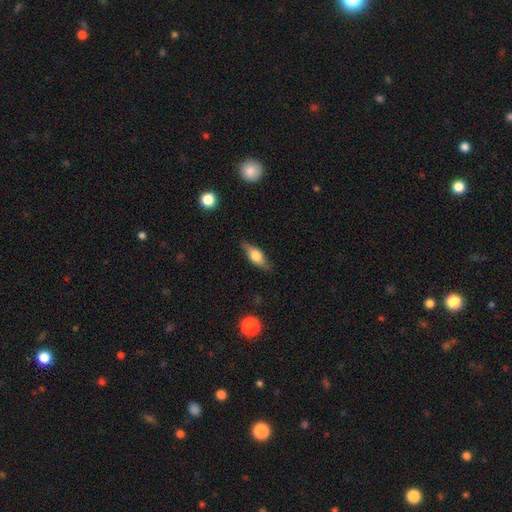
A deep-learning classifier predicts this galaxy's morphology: This appears to be a smooth galaxy with no disk features (55%) that is in between round and cigar-shaped (65%). Merging: none (82%).